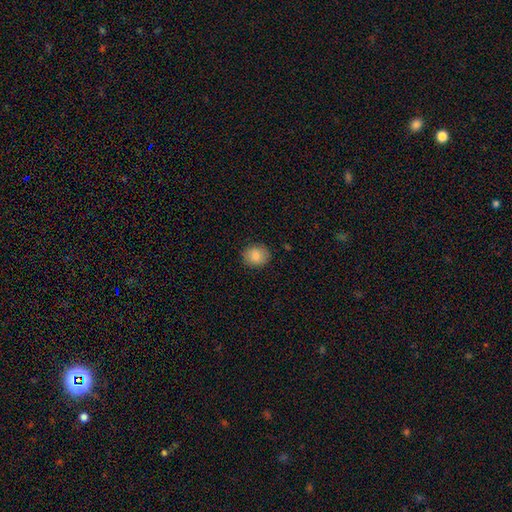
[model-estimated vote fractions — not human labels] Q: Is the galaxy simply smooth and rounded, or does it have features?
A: smooth — 84%.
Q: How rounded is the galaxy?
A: round — 71%.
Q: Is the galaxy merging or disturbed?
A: none — 87%.